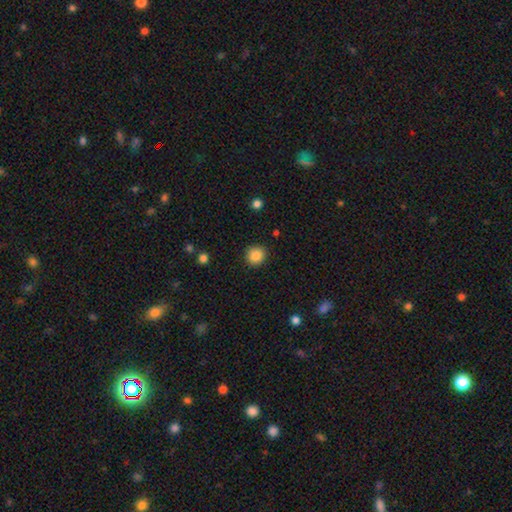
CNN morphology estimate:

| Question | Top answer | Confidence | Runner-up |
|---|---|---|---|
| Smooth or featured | smooth | 87% | star or artifact (9%) |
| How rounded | round | 89% | in between (10%) |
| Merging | none | 89% | minor disturbance (7%) |